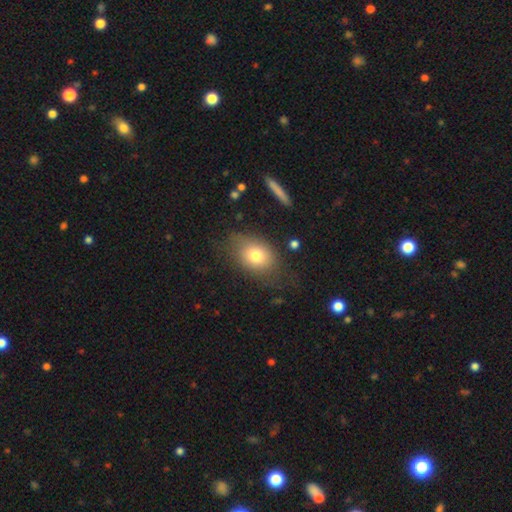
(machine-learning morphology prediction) This appears to be a smooth galaxy with no disk features (75%) that is in between round and cigar-shaped (68%). Merging: none (63%).